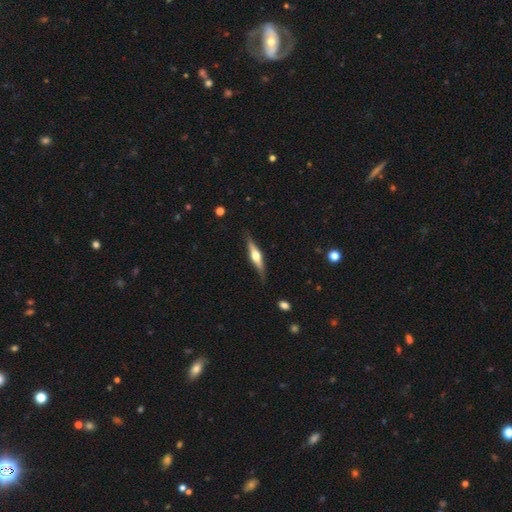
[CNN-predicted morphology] Smooth or featured?
  - featured or disk: 66% *
  - smooth: 28%
  - star or artifact: 5%
Edge-on disk?
  - yes: 97% *
  - no: 3%
Edge-on bulge?
  - rounded: 91% *
  - boxy: 6%
  - none: 3%
Merging?
  - none: 85% *
  - minor disturbance: 11%
  - major disturbance: 2%
  - merger: 1%